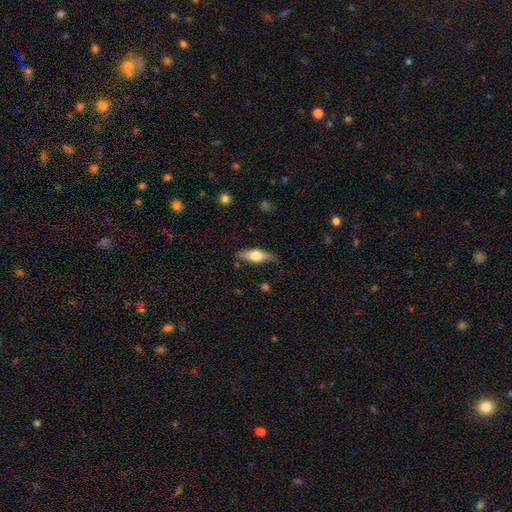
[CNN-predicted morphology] A smooth galaxy with no disk features (51%) that is in between round and cigar-shaped (58%).

Vote fractions:
- Smooth or featured? smooth: 51% / featured or disk: 43% / star or artifact: 6%
- How rounded? in between: 58% / cigar-shaped: 39% / round: 3%
- Merging? none: 78% / minor disturbance: 16% / major disturbance: 4% / merger: 2%